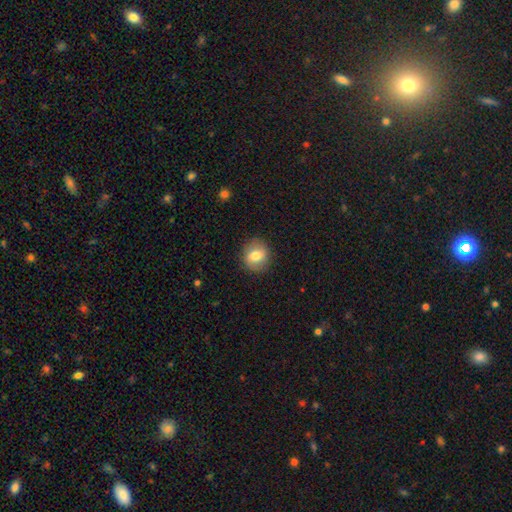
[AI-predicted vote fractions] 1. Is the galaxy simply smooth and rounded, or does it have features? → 73% smooth, 19% featured or disk, 8% star or artifact.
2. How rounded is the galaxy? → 82% round, 17% in between, 1% cigar-shaped.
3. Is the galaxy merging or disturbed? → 87% none, 9% minor disturbance, 3% major disturbance, 1% merger.